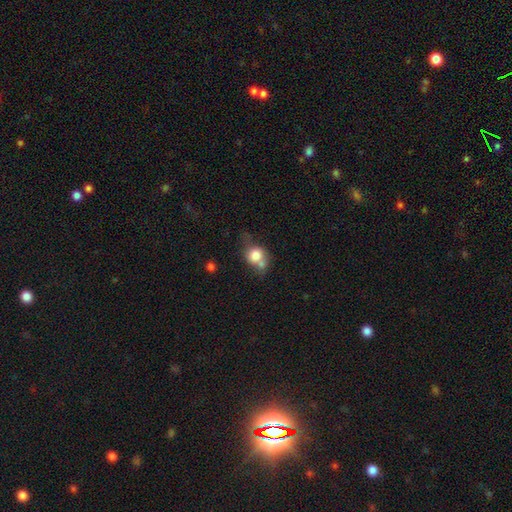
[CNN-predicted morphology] Smooth or featured?
  - smooth: 74% *
  - featured or disk: 17%
  - star or artifact: 10%
How rounded?
  - round: 66% *
  - in between: 33%
  - cigar-shaped: 2%
Merging?
  - none: 35% * (tied)
  - merger: 35% * (tied)
  - minor disturbance: 19%
  - major disturbance: 10%